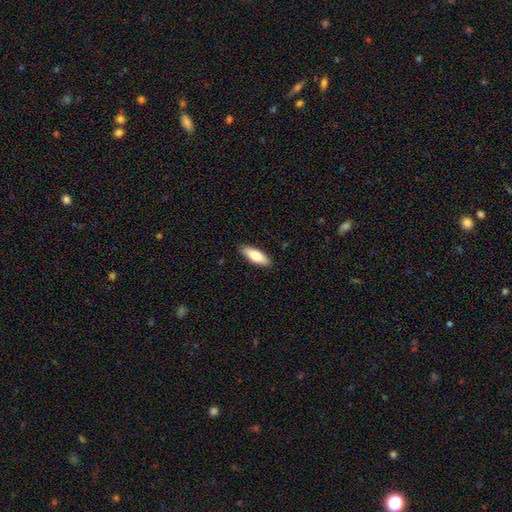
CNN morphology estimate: Smooth or featured?
  - smooth: 76% *
  - featured or disk: 18%
  - star or artifact: 6%
How rounded?
  - in between: 66% *
  - cigar-shaped: 32%
  - round: 2%
Merging?
  - none: 88% *
  - minor disturbance: 9%
  - major disturbance: 2%
  - merger: 1%